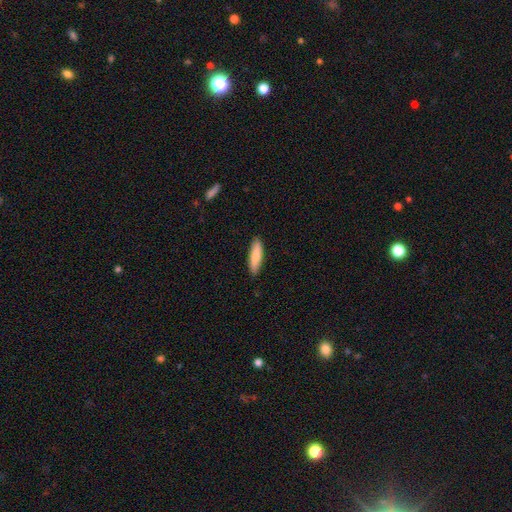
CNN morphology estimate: This is clearly a smooth galaxy (83%). How rounded: likely cigar-shaped (70%). Merging: clearly none (89%).